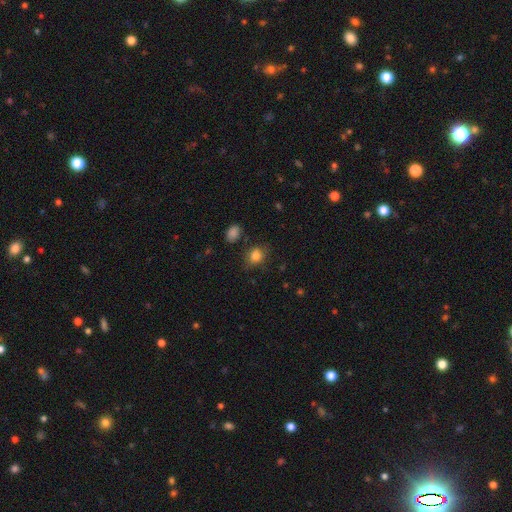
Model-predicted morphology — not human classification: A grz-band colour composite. It shows a smooth galaxy with no disk features (82%) that is round (51%). Merging: none (77%).